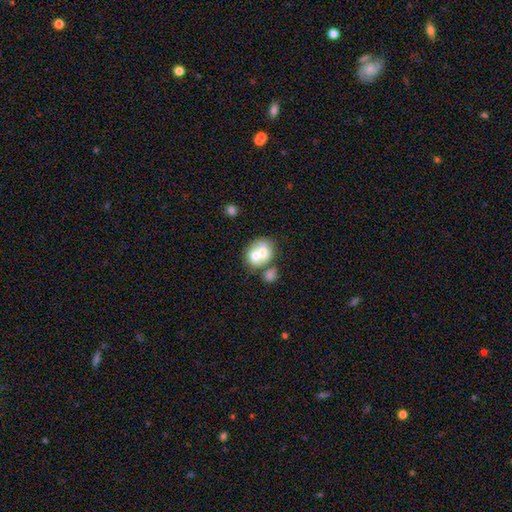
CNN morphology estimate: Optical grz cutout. It shows a smooth galaxy with no disk features (64%) that is round (62%). Merging: merger (63%).